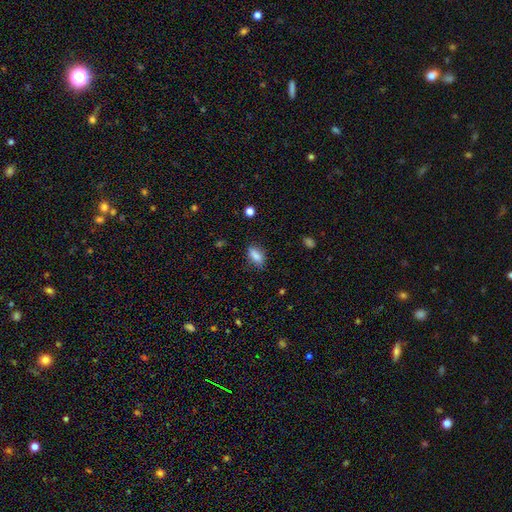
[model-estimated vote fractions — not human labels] smooth-or-featured: smooth: 83% | featured or disk: 9% | star or artifact: 8%
  how-rounded: in between: 80% | cigar-shaped: 15% | round: 5%
  merging: none: 78% | minor disturbance: 16% | major disturbance: 4% | merger: 1%